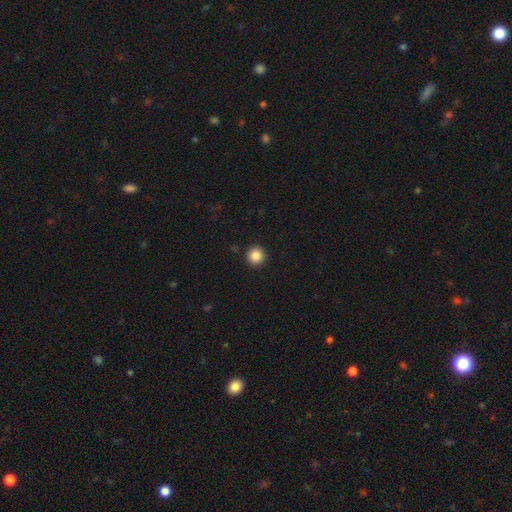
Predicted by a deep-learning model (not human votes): smooth_or_featured: smooth (p=0.87) [alt: star or artifact p=0.10]
how_rounded: round (p=0.95) [alt: in between p=0.04]
merging: none (p=0.93) [alt: minor disturbance p=0.04]